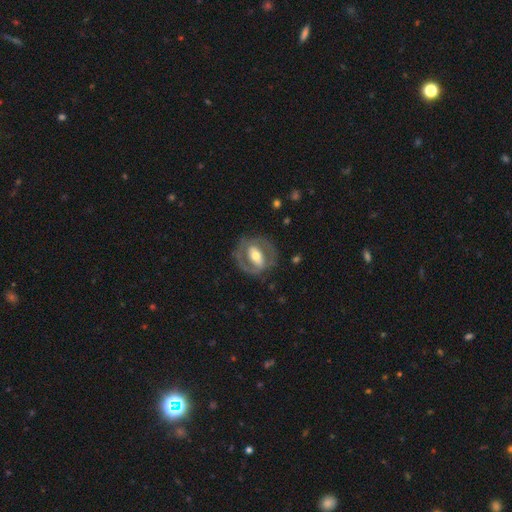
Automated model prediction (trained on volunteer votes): smooth-or-featured: featured or disk: 73% | smooth: 23% | star or artifact: 5%
  disk-edge-on: no: 95% | yes: 5%
    bar: strong: 44% | weak: 31% | no: 25%
    has-spiral-arms: yes: 59% | no: 41%
    bulge-size: moderate: 64% | small: 18% | large: 16% | dominant: 1% | none: 1%
  merging: none: 73% | minor disturbance: 15% | major disturbance: 11% | merger: 1%